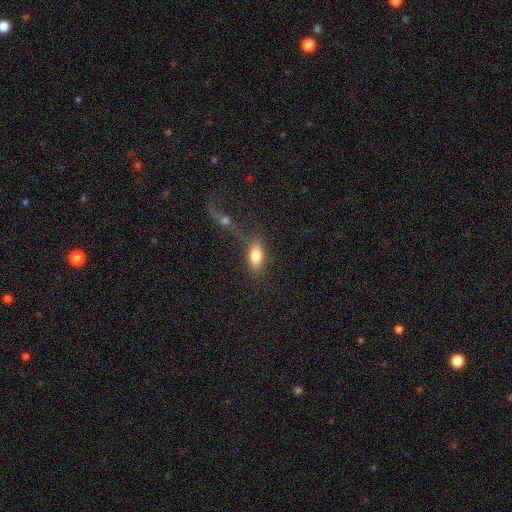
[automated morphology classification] Smooth or featured: smooth — 77% (featured or disk — 15%)
How rounded: in between — 84% (cigar-shaped — 9%)
Merging: none — 62% (merger — 16%)